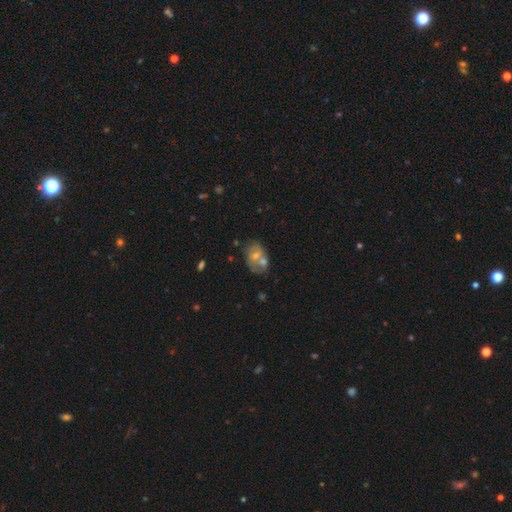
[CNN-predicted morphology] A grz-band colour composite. It shows a featured or disk galaxy (51%). Merging: none (47%).